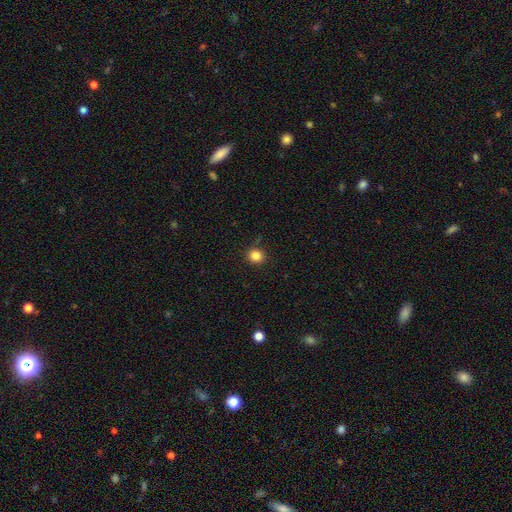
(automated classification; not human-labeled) This is clearly a smooth galaxy (83%). How rounded: clearly round (85%). Merging: clearly none (88%).